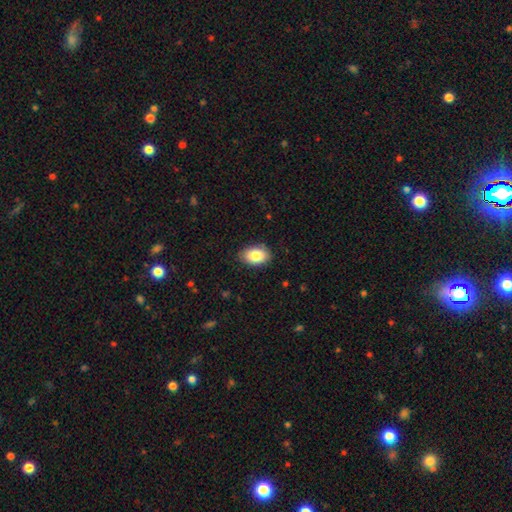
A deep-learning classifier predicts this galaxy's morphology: A smooth galaxy with no disk features (84%) that is in between round and cigar-shaped (87%).

Vote fractions:
- Smooth or featured? smooth: 84% / featured or disk: 9% / star or artifact: 7%
- How rounded? in between: 87% / round: 11% / cigar-shaped: 1%
- Merging? none: 86% / minor disturbance: 11% / major disturbance: 2% / merger: 1%